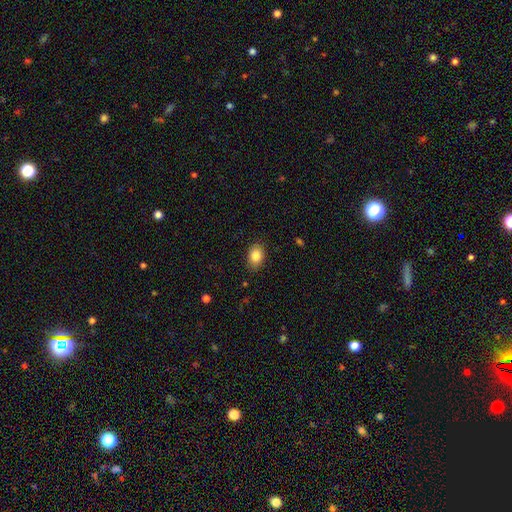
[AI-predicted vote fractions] Smooth or featured?
  - smooth: 85% *
  - star or artifact: 8%
  - featured or disk: 7%
How rounded?
  - in between: 76% *
  - round: 22%
  - cigar-shaped: 1%
Merging?
  - none: 86% *
  - minor disturbance: 10%
  - major disturbance: 2%
  - merger: 1%